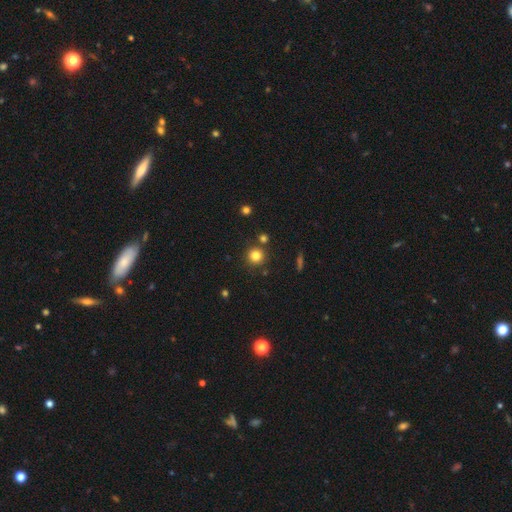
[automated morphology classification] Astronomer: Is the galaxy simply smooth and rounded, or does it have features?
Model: smooth — 80%.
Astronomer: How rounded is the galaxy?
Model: round — 94%.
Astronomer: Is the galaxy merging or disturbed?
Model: none — 83%.